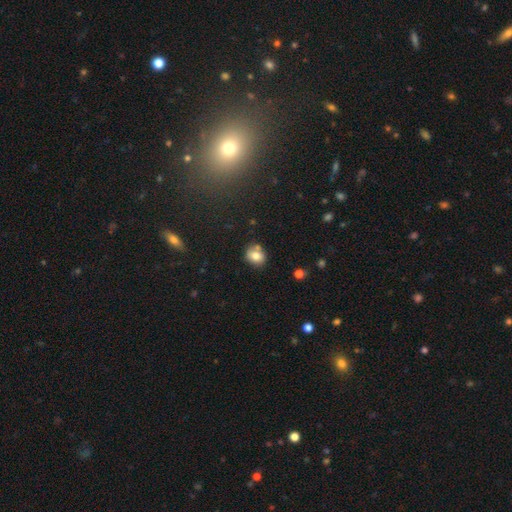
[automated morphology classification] type=smooth (76%); roundness=round (65%); merging=none (66%).